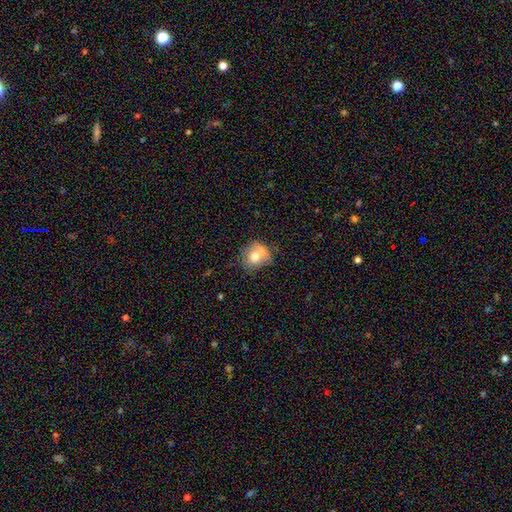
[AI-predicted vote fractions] The model was most divided on "merging": merger: 44%, none: 37%, minor disturbance: 14%, major disturbance: 5%. More confident: how rounded — round (70%); smooth or featured — smooth (69%).